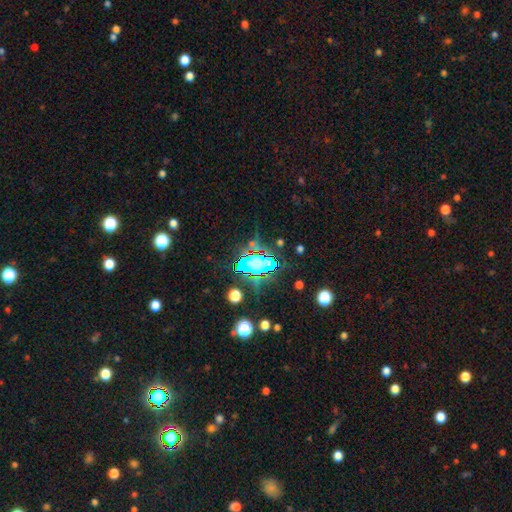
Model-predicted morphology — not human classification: smooth-or-featured: star or artifact: 77% | smooth: 14% | featured or disk: 9%